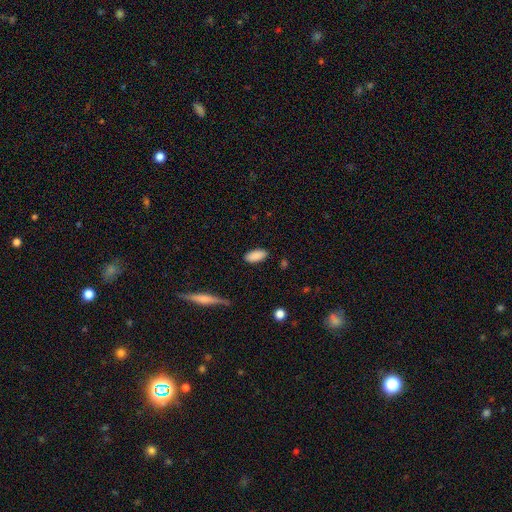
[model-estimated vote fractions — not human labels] smooth 88%, star or artifact 7%, featured or disk 5%. Down the decision tree: how rounded — in between (90%); merging — none (86%).